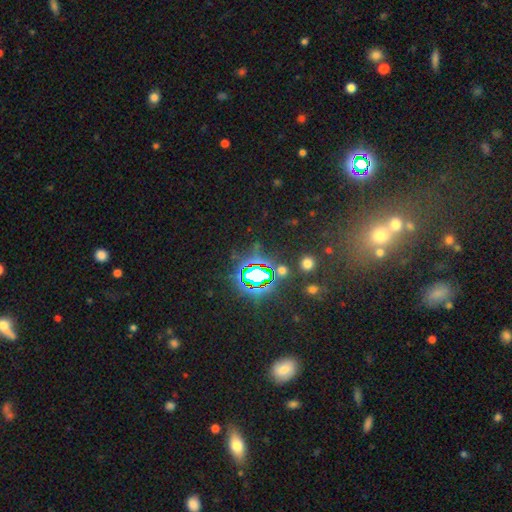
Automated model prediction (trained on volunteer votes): A star or artifact, not a galaxy (77%).

Vote fractions:
- Smooth or featured? star or artifact: 77% / smooth: 13% / featured or disk: 10%